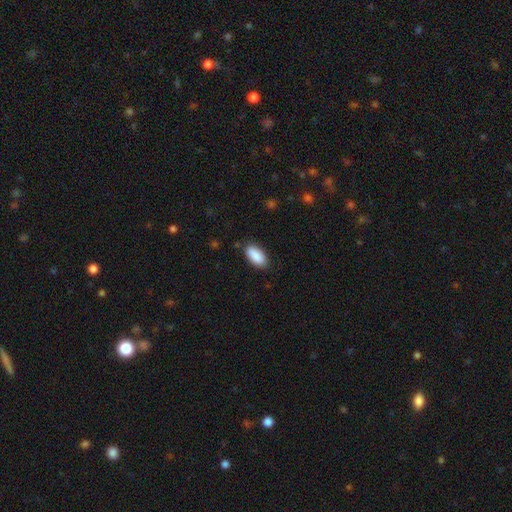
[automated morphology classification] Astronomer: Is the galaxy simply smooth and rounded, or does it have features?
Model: smooth — 90%.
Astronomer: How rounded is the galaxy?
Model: in between — 91%.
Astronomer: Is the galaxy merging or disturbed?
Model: none — 85%.